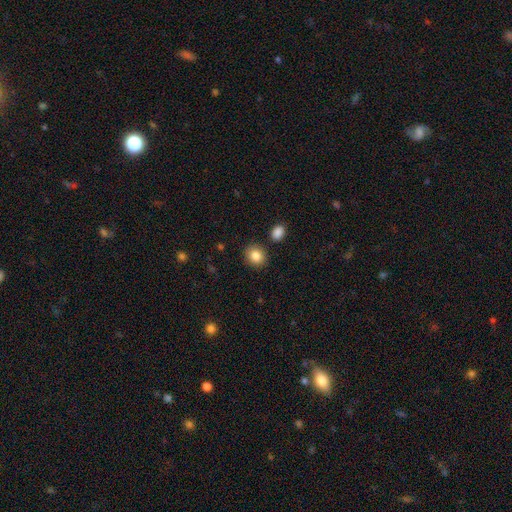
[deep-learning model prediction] The model was most divided on "how rounded": round: 73%, in between: 27%, cigar-shaped: 1%. More confident: merging — none (87%); smooth or featured — smooth (86%).